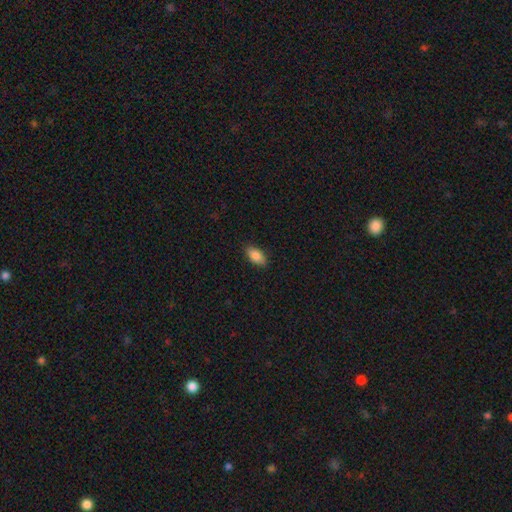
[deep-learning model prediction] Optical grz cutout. It shows a smooth galaxy with no disk features (88%) that is in between round and cigar-shaped (92%). Merging: none (88%).